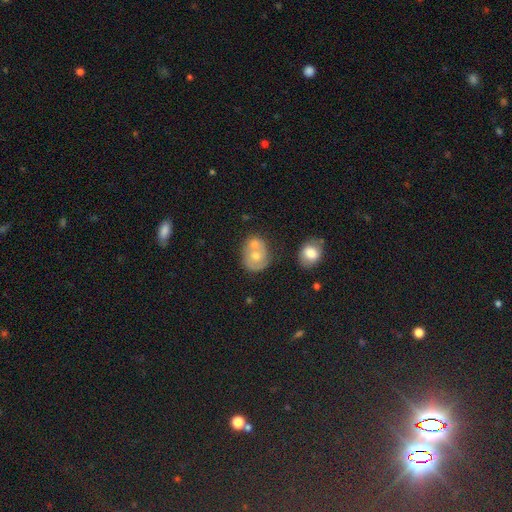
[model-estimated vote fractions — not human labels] smooth 47%, featured or disk 41%, star or artifact 12%. Down the decision tree: merging — none (45%).